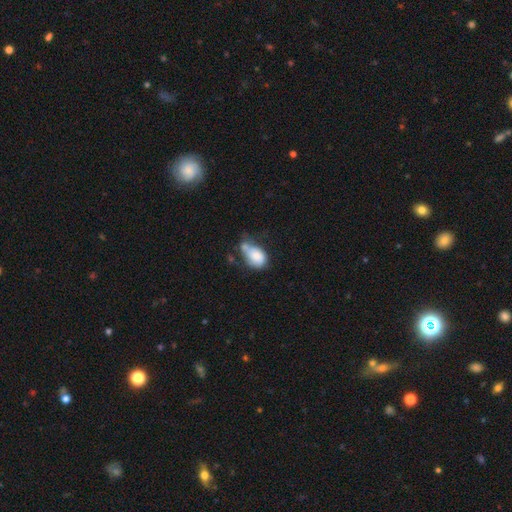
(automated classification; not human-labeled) smooth-or-featured: smooth: 77% | featured or disk: 15% | star or artifact: 8%
  how-rounded: in between: 85% | round: 14% | cigar-shaped: 2%
  merging: minor disturbance: 31% | merger: 27% | none: 25% | major disturbance: 18%